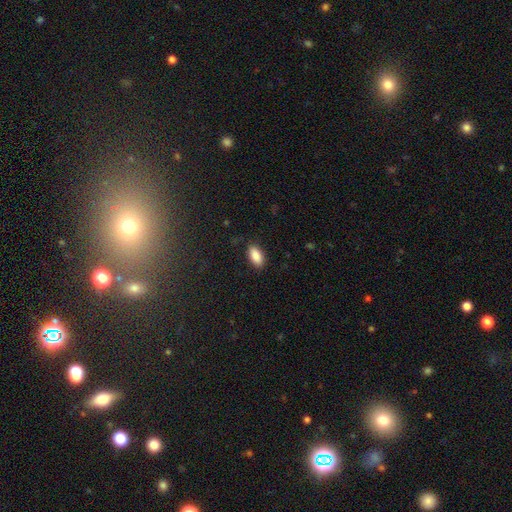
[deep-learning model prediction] Smooth or featured: smooth — 88% (star or artifact — 7%)
How rounded: in between — 92% (cigar-shaped — 5%)
Merging: none — 86% (minor disturbance — 10%)